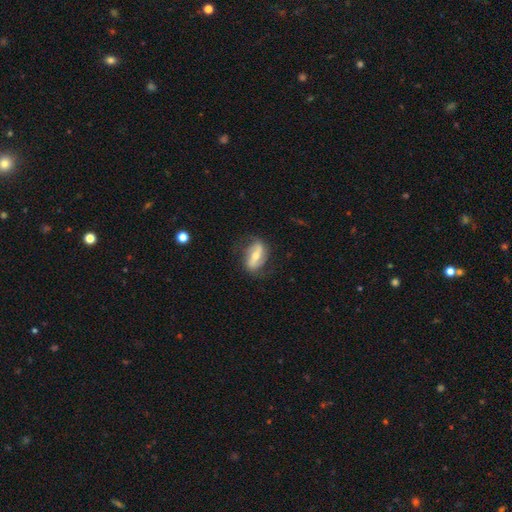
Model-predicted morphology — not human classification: This appears to be a featured or disk galaxy (65%) with a strong bar (56%), spiral arms (72%) and a moderate central bulge (58%). Merging: none (70%).